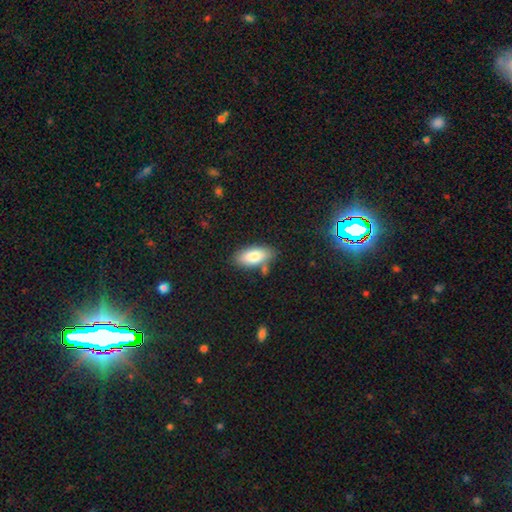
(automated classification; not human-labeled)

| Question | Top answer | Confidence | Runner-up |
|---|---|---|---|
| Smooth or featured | smooth | 82% | featured or disk (11%) |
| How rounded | in between | 90% | cigar-shaped (8%) |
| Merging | none | 76% | minor disturbance (14%) |